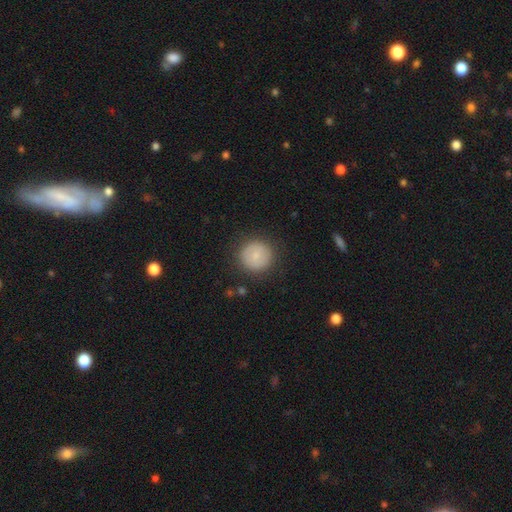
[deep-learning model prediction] Smooth or featured? smooth (75%)
How rounded? round (95%)
Merging? none (87%)